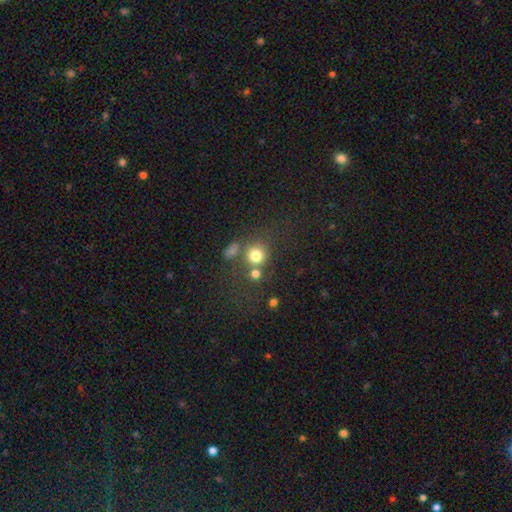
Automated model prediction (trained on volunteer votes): The model was most divided on "merging": none: 56%, merger: 28%, minor disturbance: 10%, major disturbance: 6%. More confident: how rounded — round (85%); smooth or featured — smooth (75%).